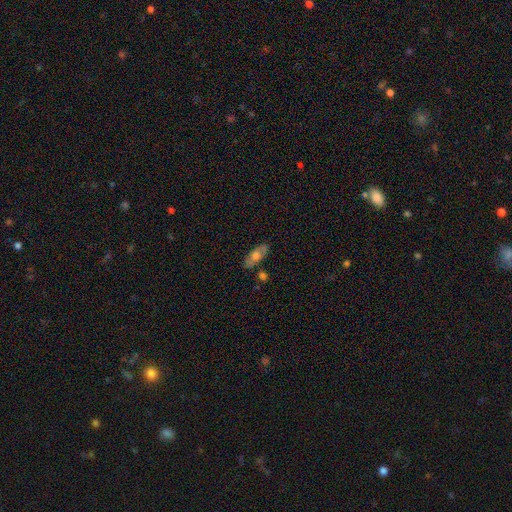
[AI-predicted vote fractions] A smooth galaxy with no disk features (57%) that is in between round and cigar-shaped (81%). Merging: none (78%).